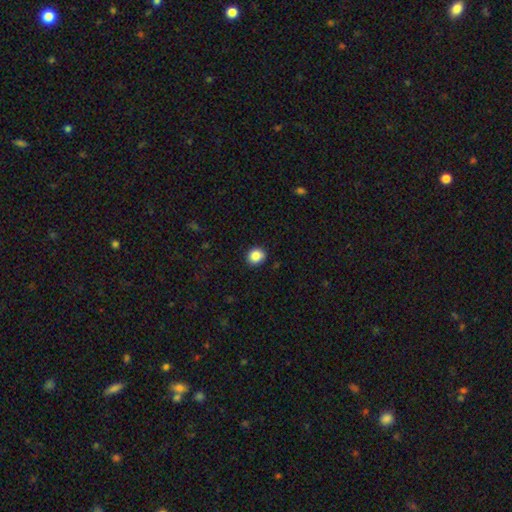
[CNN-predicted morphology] This is clearly a smooth galaxy (86%). How rounded: likely round (80%). Merging: clearly none (90%).